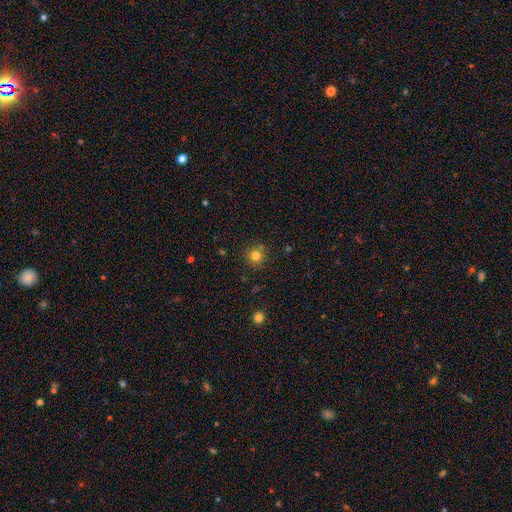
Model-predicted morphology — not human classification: Smooth or featured? Predicted: smooth (p=0.80). How rounded? Predicted: round (p=0.94). Merging? Predicted: none (p=0.87).